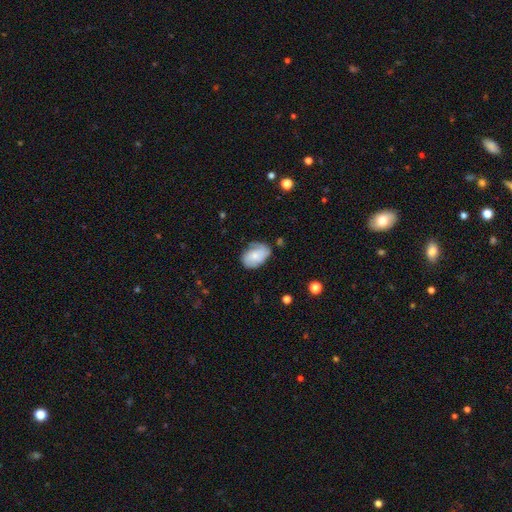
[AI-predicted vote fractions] A smooth galaxy with no disk features (53%) that is in between round and cigar-shaped (82%).

Vote fractions:
- Smooth or featured? smooth: 53% / featured or disk: 40% / star or artifact: 7%
- How rounded? in between: 82% / round: 17% / cigar-shaped: 1%
- Merging? none: 61% / minor disturbance: 28% / major disturbance: 9% / merger: 2%